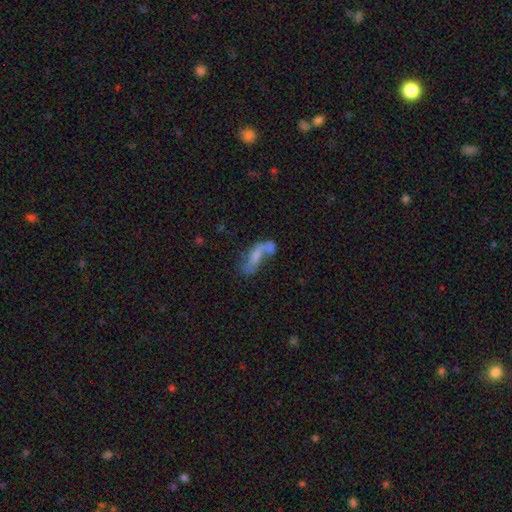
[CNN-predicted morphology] smooth-or-featured: featured or disk: 47% | smooth: 42% | star or artifact: 11%
  merging: merger: 35% | none: 28% | major disturbance: 22% | minor disturbance: 15%